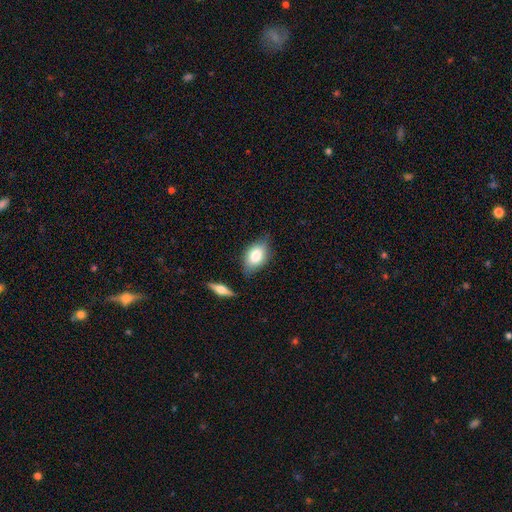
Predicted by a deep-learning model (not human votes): Overall: smooth (78%). How rounded: in between (87%). Merging: none (72%).